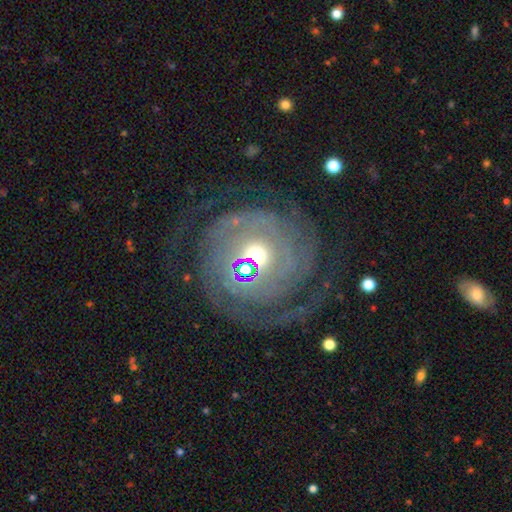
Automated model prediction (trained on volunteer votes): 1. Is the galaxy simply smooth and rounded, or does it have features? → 68% featured or disk, 19% smooth, 13% star or artifact.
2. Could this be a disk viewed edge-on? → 95% no, 5% yes.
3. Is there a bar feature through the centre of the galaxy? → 70% no, 18% weak, 12% strong.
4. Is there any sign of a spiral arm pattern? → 67% yes, 33% no.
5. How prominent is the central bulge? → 53% moderate, 21% small, 19% large, 5% dominant, 2% none.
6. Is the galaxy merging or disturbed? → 58% none, 21% major disturbance, 17% minor disturbance, 4% merger.